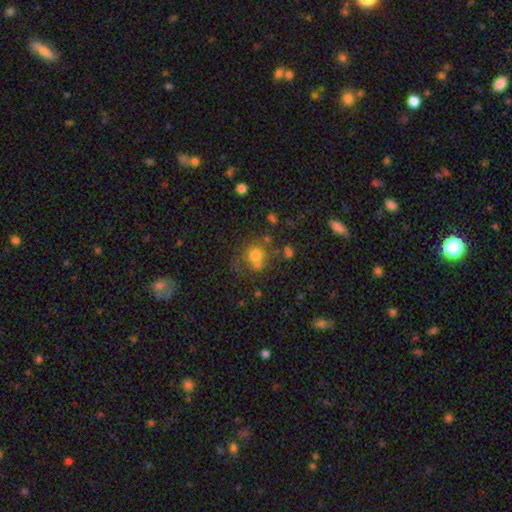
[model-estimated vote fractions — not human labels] This appears to be a smooth galaxy with no disk features (70%) that is round (85%). Merging: none (55%).